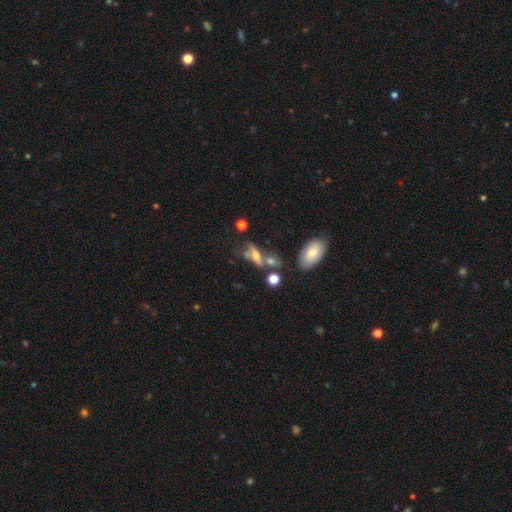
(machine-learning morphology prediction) This is marginally a featured or disk galaxy (44%). Merging: marginally none (39%).